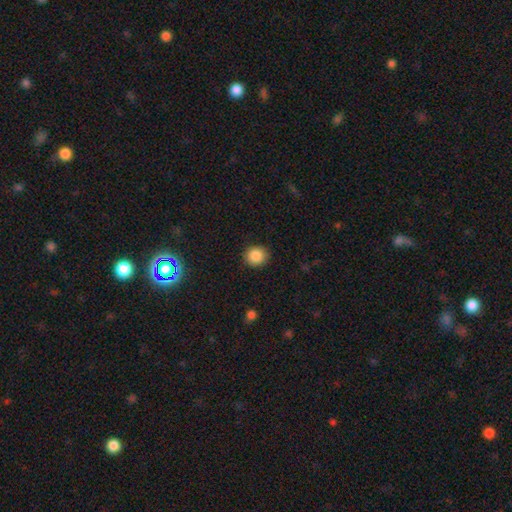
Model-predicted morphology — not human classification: Smooth or featured? smooth (86%)
How rounded? round (86%)
Merging? none (90%)